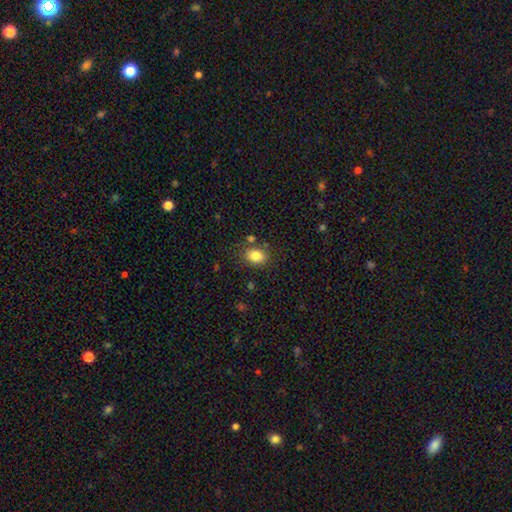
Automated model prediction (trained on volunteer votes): smooth 84%, star or artifact 9%, featured or disk 7%. Down the decision tree: how rounded — in between (69%); merging — none (78%).